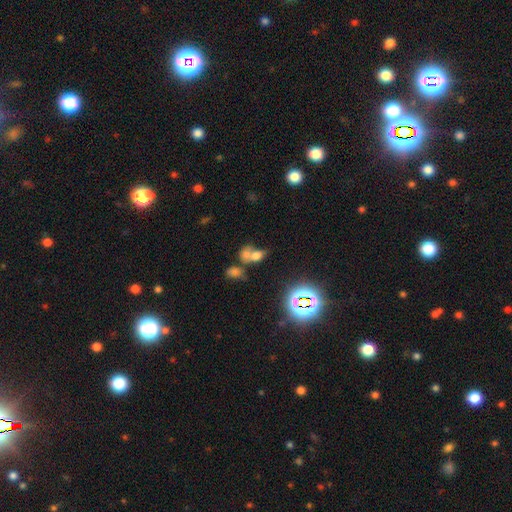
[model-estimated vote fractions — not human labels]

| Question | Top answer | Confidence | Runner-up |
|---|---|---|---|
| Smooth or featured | smooth | 57% | star or artifact (25%) |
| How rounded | in between | 68% | round (29%) |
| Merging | merger | 61% | none (23%) |